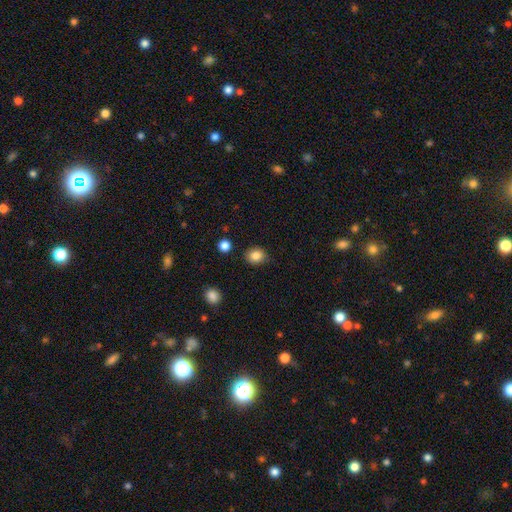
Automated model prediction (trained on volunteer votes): smooth-or-featured: smooth: 84% | star or artifact: 10% | featured or disk: 6%
  how-rounded: round: 63% | in between: 36% | cigar-shaped: 1%
  merging: none: 84% | minor disturbance: 12% | major disturbance: 3% | merger: 2%